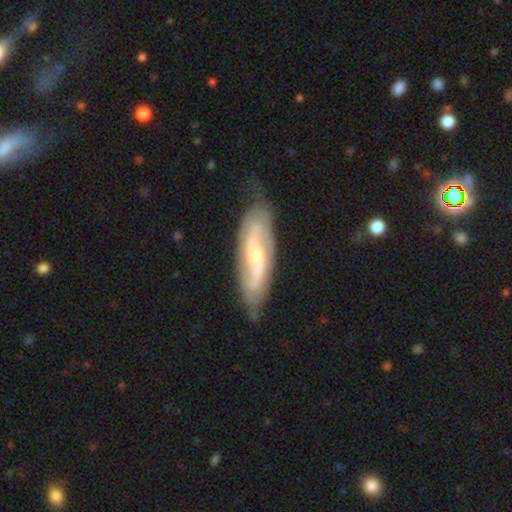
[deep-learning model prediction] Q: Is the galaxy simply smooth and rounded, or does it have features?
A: featured or disk — 82%.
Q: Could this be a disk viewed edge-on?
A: no — 88%.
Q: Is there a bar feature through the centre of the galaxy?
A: weak — 44%.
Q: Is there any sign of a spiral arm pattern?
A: yes — 94%.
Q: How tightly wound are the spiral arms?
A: medium — 43%.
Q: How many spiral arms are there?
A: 2 — 82%.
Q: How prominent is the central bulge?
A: small — 55%.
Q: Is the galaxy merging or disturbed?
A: none — 73%.